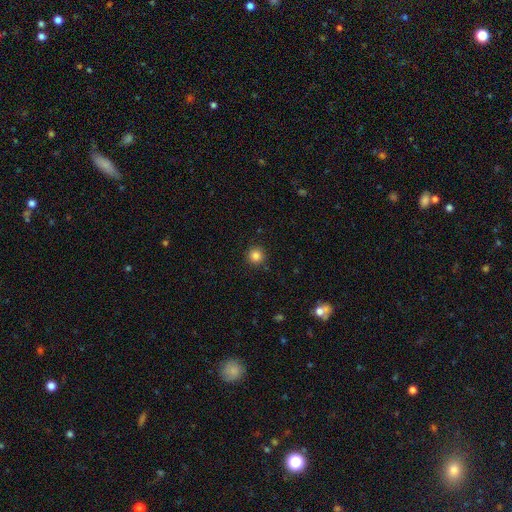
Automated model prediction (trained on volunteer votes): Overall: smooth (84%). How rounded: round (95%). Merging: none (91%).